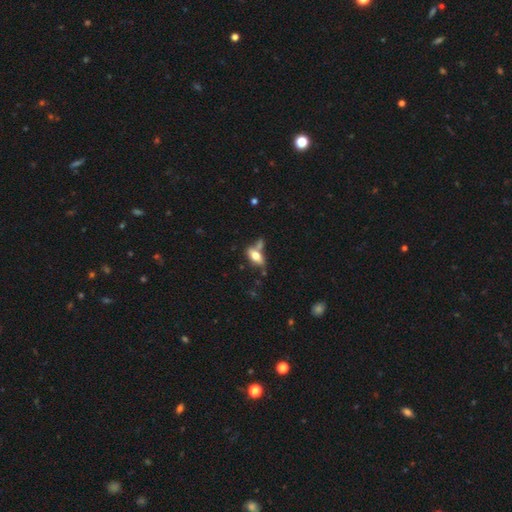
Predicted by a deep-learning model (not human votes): smooth_or_featured: smooth (p=0.64) [alt: featured or disk p=0.28]
how_rounded: in between (p=0.81) [alt: cigar-shaped p=0.14]
merging: none (p=0.46) [alt: merger p=0.29]